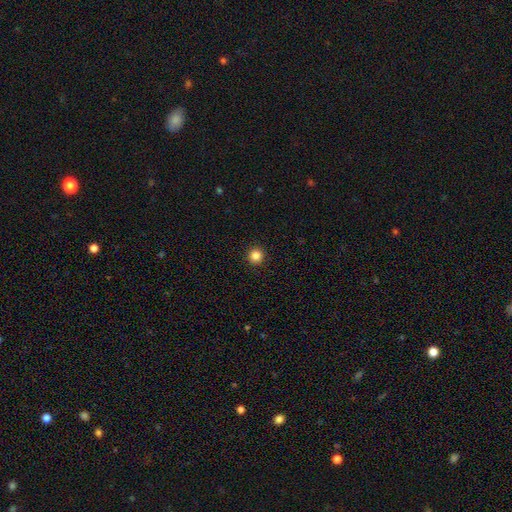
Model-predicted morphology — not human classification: This is clearly a smooth galaxy (84%). How rounded: clearly round (95%). Merging: clearly none (94%).